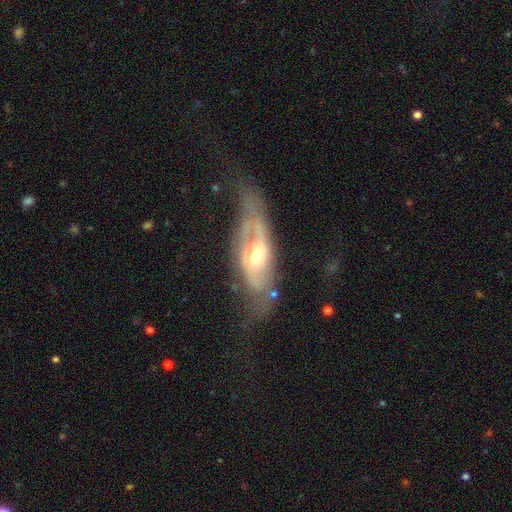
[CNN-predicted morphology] type=featured or disk (72%); edge-on=no (82%); bar=no (66%); spiral arms=yes (69%); bulge=moderate (55%); merging=none (47%).